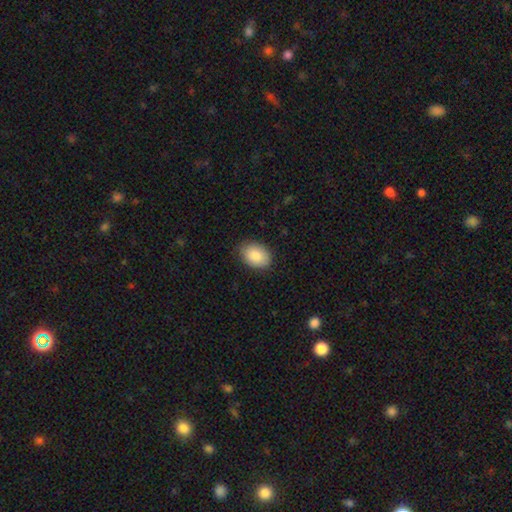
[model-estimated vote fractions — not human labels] Overall: smooth (87%). How rounded: in between (80%). Merging: none (85%).